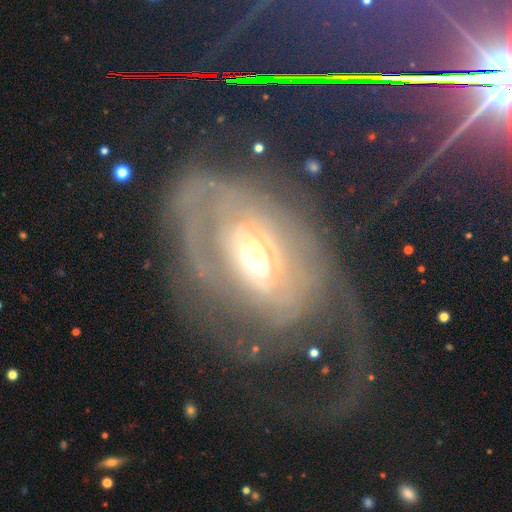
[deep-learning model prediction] Smooth or featured? Predicted: featured or disk (p=0.78). Edge-on disk? Predicted: no (p=0.94). Bar? Predicted: no (p=0.56). Spiral arms? Predicted: yes (p=0.71). Spiral winding? Predicted: tight (p=0.42). Spiral arm count? Predicted: can't tell (p=0.42). Bulge size? Predicted: moderate (p=0.65). Merging? Predicted: major disturbance (p=0.51).